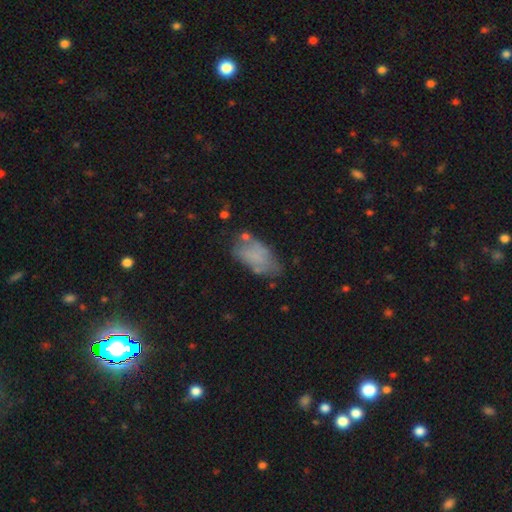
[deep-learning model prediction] smooth_or_featured: smooth (p=0.59) [alt: featured or disk p=0.31]
how_rounded: in between (p=0.92) [alt: cigar-shaped p=0.04]
merging: none (p=0.50) [alt: minor disturbance p=0.28]